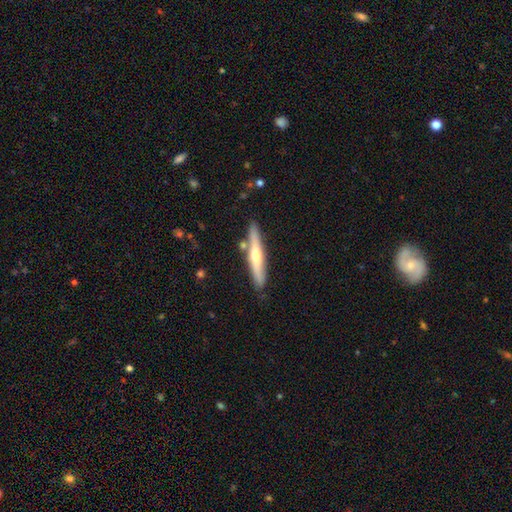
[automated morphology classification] This appears to be a featured or disk galaxy (57%) viewed edge-on (94%) with a rounded central bulge (82%). Merging: none (82%).